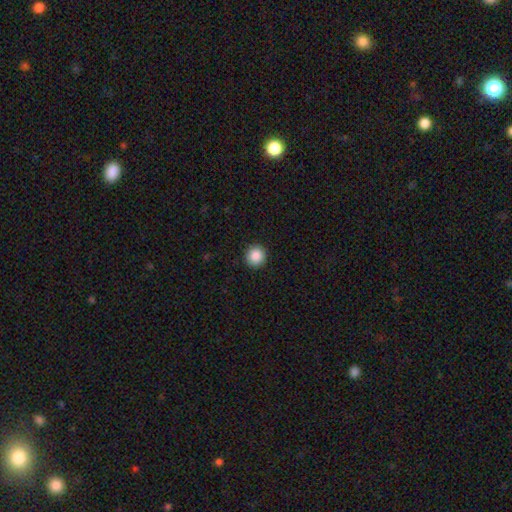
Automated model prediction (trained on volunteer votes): Smooth or featured: smooth — 88% (star or artifact — 9%)
How rounded: round — 94% (in between — 5%)
Merging: none — 93% (minor disturbance — 4%)